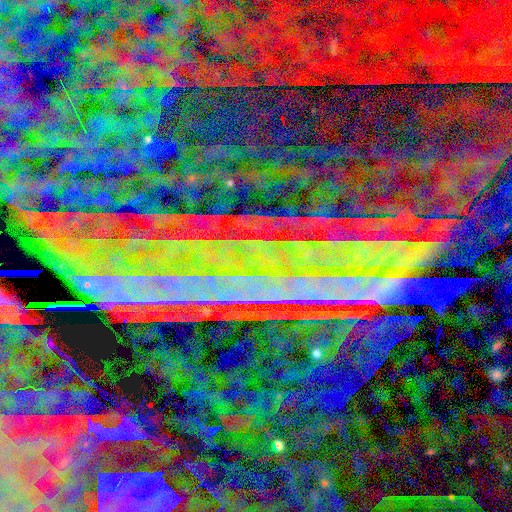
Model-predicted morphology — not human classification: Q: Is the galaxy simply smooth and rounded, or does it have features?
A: star or artifact — 89%.